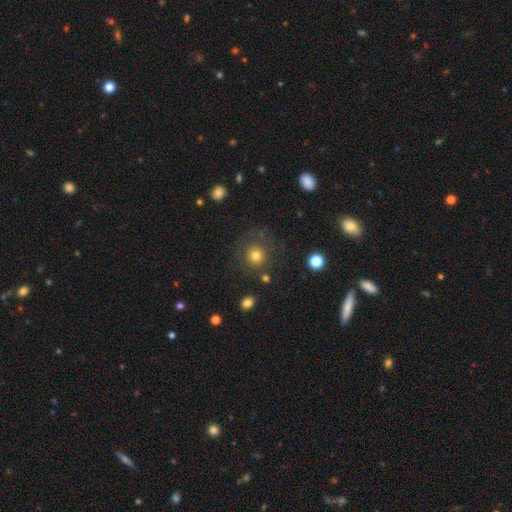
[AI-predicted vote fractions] Smooth or featured?
  - smooth: 74% *
  - star or artifact: 13%
  - featured or disk: 13%
How rounded?
  - round: 90% *
  - in between: 9%
  - cigar-shaped: 1%
Merging?
  - none: 73% *
  - minor disturbance: 13%
  - major disturbance: 10%
  - merger: 3%